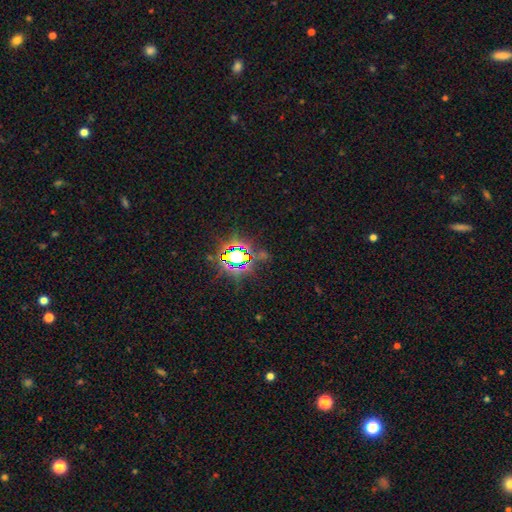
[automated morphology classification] Smooth or featured: star or artifact — 82% (smooth — 11%)